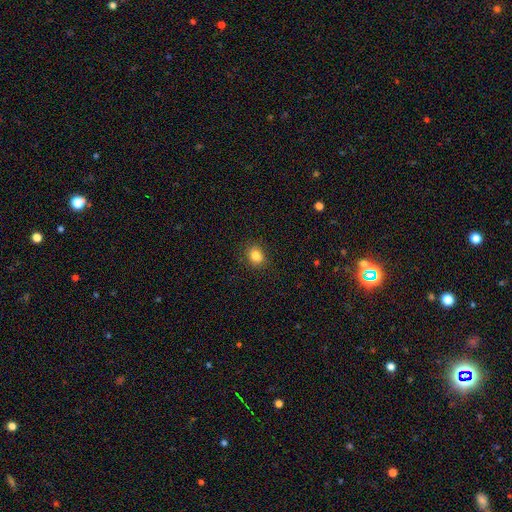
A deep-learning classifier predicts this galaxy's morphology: Smooth or featured?
  - smooth: 84% *
  - star or artifact: 11%
  - featured or disk: 5%
How rounded?
  - round: 57% *
  - in between: 42%
  - cigar-shaped: 1%
Merging?
  - none: 87% *
  - minor disturbance: 9%
  - major disturbance: 3%
  - merger: 1%